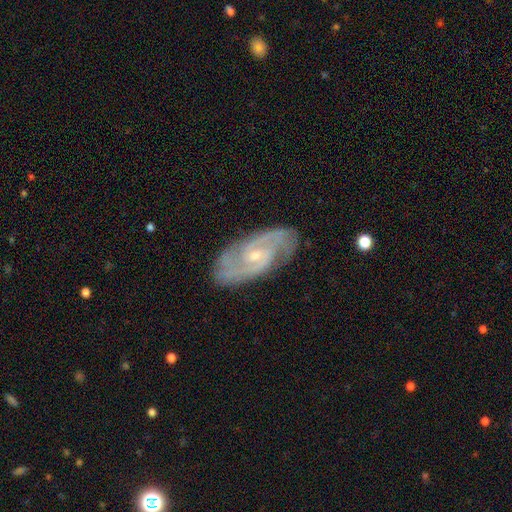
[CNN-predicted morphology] featured or disk 87%, smooth 7%, star or artifact 5%. Down the decision tree: edge-on disk — no (95%); bar — no (48%); spiral arms — yes (97%); spiral arm count — 2 (72%); spiral winding — medium (47%); bulge size — small (68%); merging — none (81%).